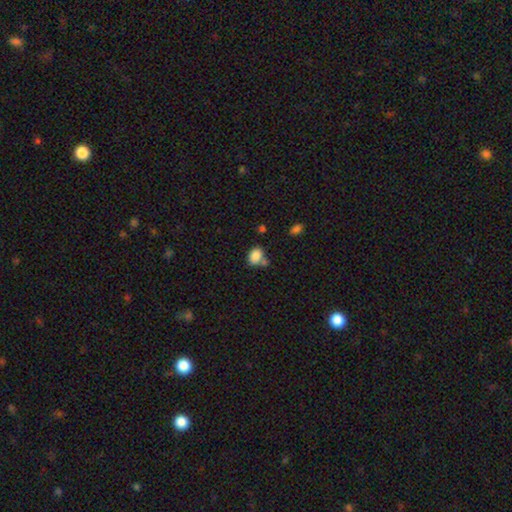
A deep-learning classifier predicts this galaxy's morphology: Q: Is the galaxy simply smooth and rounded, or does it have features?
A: smooth — 85%.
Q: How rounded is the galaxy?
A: in between — 65%.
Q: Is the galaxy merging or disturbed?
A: none — 57%.